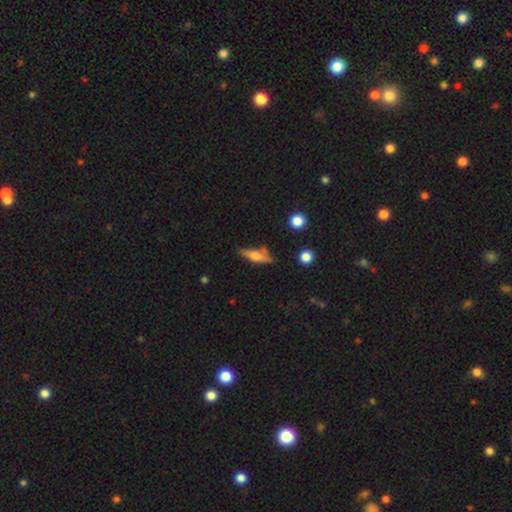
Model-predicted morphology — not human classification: Smooth or featured? Predicted: smooth (p=0.51). How rounded? Predicted: cigar-shaped (p=0.58). Merging? Predicted: none (p=0.65).